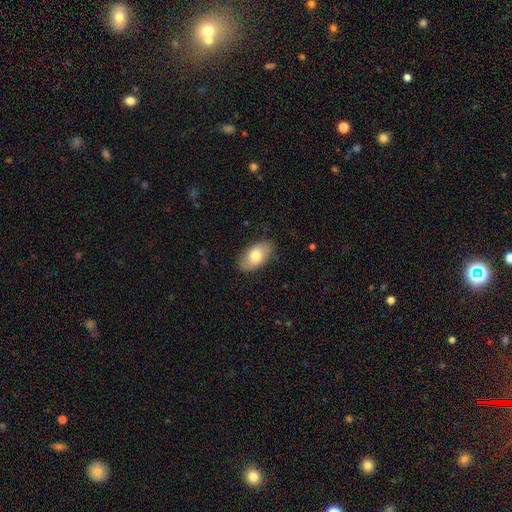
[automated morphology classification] Q: Smooth or featured?
A: smooth (73%); runner-up: featured or disk (21%)
Q: How rounded?
A: in between (93%); runner-up: round (4%)
Q: Merging?
A: none (84%); runner-up: minor disturbance (13%)